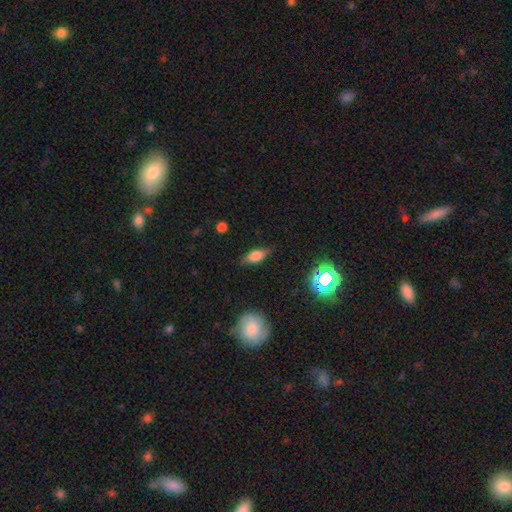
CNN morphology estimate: Smooth or featured? smooth (62%)
How rounded? in between (72%)
Merging? none (79%)